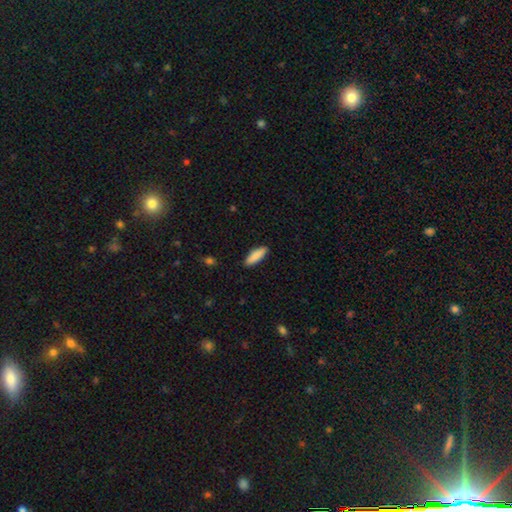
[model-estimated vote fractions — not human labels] This appears to be a smooth galaxy with no disk features (89%) that is in between round and cigar-shaped (49%, tied with cigar-shaped). Merging: none (89%).